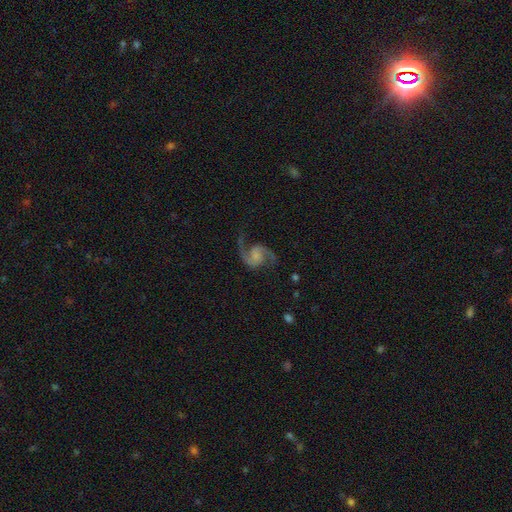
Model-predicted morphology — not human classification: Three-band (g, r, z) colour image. It shows a featured or disk galaxy (91%) with no bar (60%), 2 (94%) loose (49%) spiral arms (98%) and no central bulge (46%). Merging: none (77%).